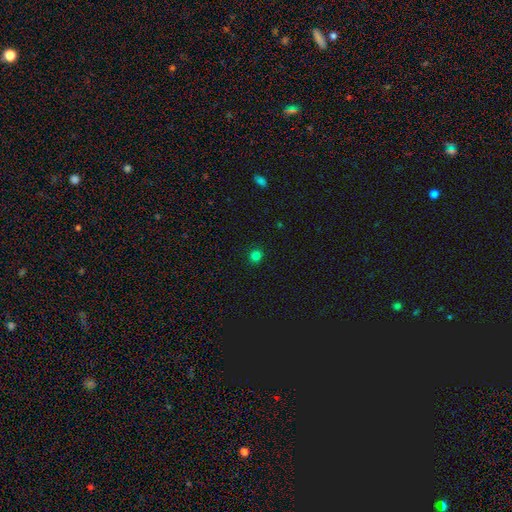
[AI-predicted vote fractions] A smooth galaxy with no disk features (80%) that is round (87%).

Vote fractions:
- Smooth or featured? smooth: 80% / star or artifact: 16% / featured or disk: 4%
- How rounded? round: 87% / in between: 12% / cigar-shaped: 1%
- Merging? none: 91% / minor disturbance: 6% / major disturbance: 2% / merger: 1%